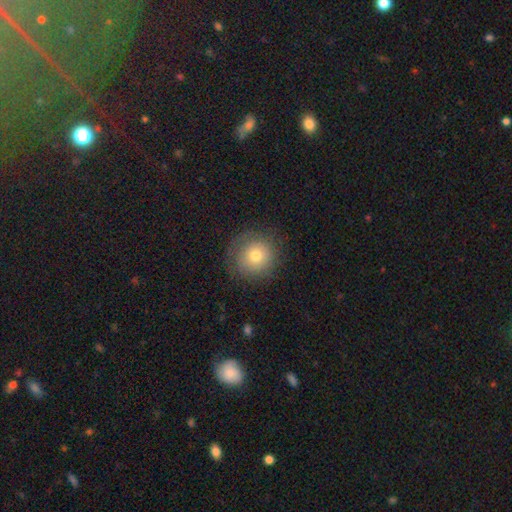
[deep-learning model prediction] Q: Smooth or featured?
A: smooth (70%); runner-up: featured or disk (19%)
Q: How rounded?
A: round (92%); runner-up: in between (7%)
Q: Merging?
A: none (81%); runner-up: minor disturbance (13%)